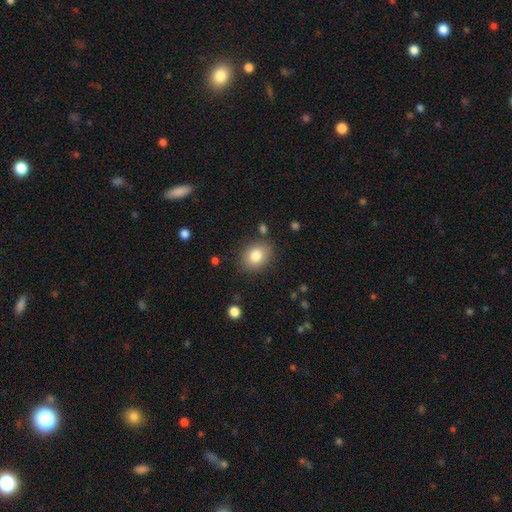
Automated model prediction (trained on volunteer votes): This is clearly a smooth galaxy (82%). How rounded: possibly in between (52%). Merging: clearly none (84%).